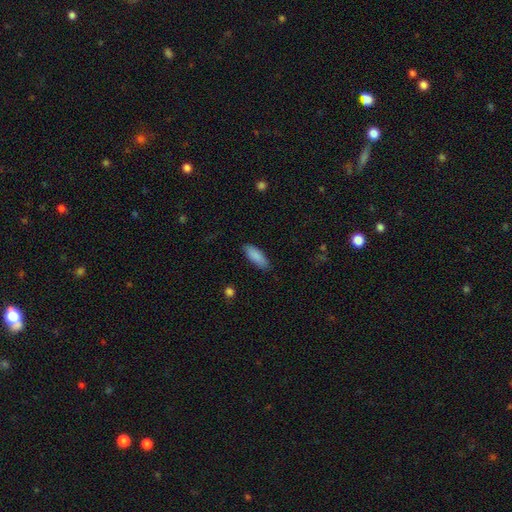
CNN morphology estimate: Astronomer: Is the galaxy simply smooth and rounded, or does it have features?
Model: smooth — 88%.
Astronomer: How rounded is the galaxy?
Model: in between — 64%.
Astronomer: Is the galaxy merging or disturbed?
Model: none — 86%.